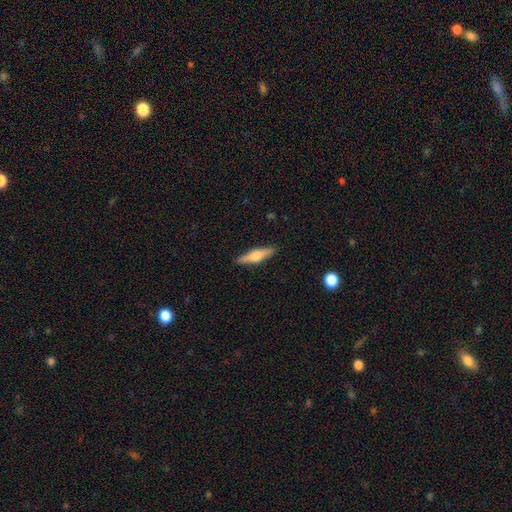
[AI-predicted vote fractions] Smooth or featured: featured or disk — 52% (smooth — 42%)
Edge-on disk: yes — 96% (no — 4%)
Edge-on bulge: rounded — 88% (boxy — 9%)
Merging: none — 90% (minor disturbance — 8%)